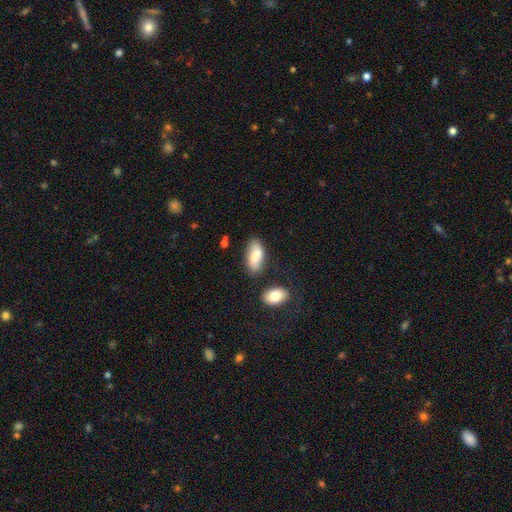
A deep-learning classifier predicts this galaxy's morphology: Smooth or featured: smooth — 76% (featured or disk — 17%)
How rounded: in between — 88% (cigar-shaped — 10%)
Merging: none — 71% (minor disturbance — 18%)